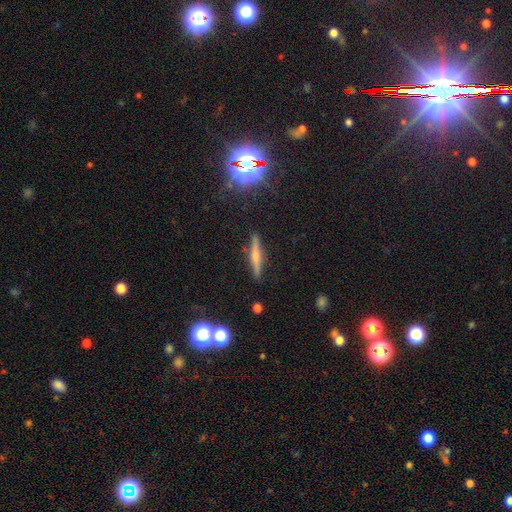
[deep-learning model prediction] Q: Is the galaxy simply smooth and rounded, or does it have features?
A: featured or disk — 47%.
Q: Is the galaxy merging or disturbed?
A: none — 89%.